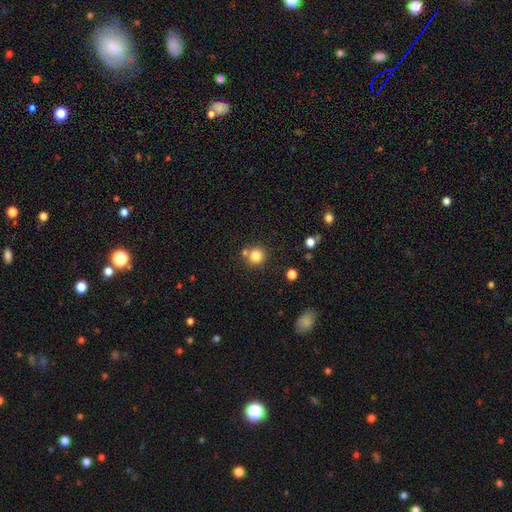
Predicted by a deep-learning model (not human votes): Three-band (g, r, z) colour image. It shows a smooth galaxy with no disk features (82%) that is round (91%). Merging: none (72%).